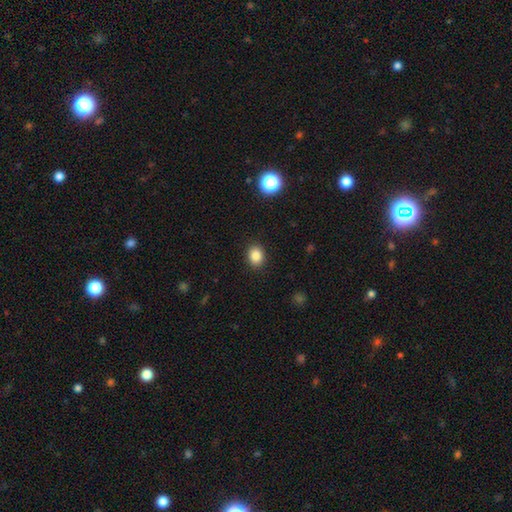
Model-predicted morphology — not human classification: Smooth or featured?
  - smooth: 85% *
  - star or artifact: 10%
  - featured or disk: 5%
How rounded?
  - round: 53% *
  - in between: 46%
  - cigar-shaped: 1%
Merging?
  - none: 90% *
  - minor disturbance: 7%
  - major disturbance: 2%
  - merger: 1%